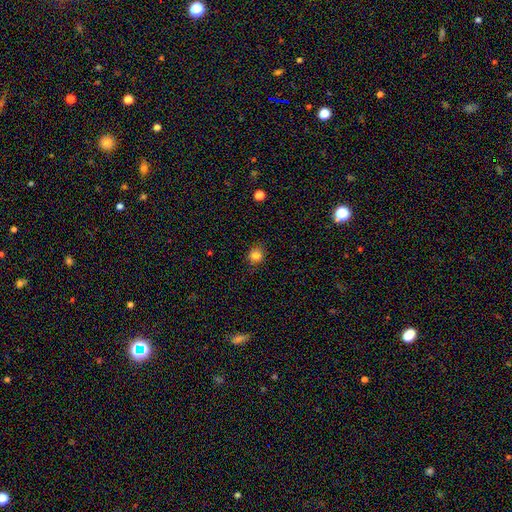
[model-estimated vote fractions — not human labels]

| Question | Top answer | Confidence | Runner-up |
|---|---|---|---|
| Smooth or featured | smooth | 82% | star or artifact (12%) |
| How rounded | round | 82% | in between (17%) |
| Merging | none | 85% | minor disturbance (11%) |